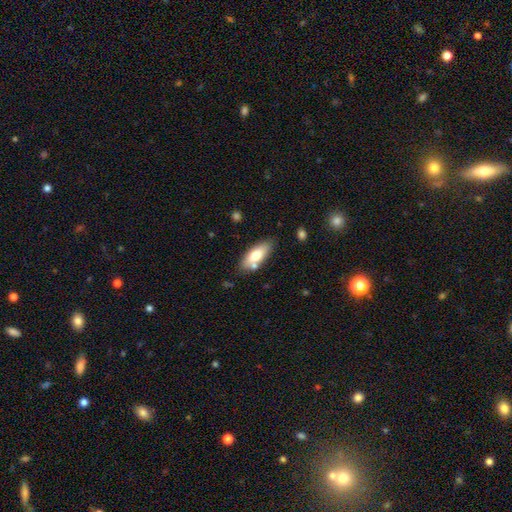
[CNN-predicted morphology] smooth 70%, featured or disk 24%, star or artifact 6%. Down the decision tree: how rounded — in between (77%); merging — none (76%).